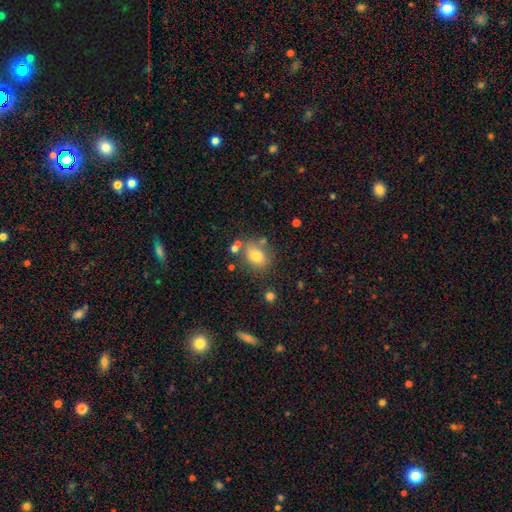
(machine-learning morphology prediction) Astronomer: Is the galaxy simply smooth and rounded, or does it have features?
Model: smooth — 75%.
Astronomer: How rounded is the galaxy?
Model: in between — 55% (runner-up: round, 44%).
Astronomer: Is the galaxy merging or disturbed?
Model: none — 69%.